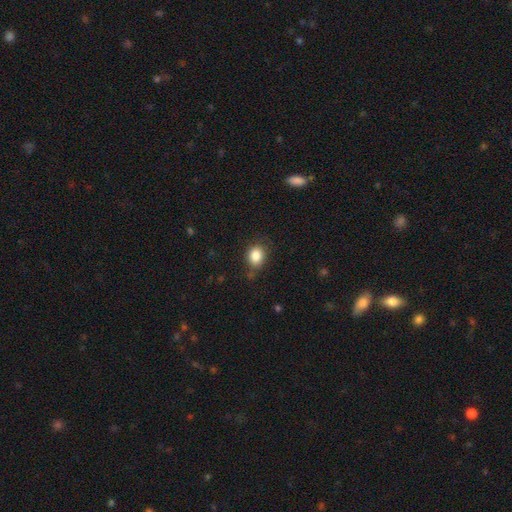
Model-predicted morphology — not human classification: smooth-or-featured: smooth: 85% | star or artifact: 10% | featured or disk: 5%
  how-rounded: round: 52% | in between: 47% | cigar-shaped: 1%
  merging: none: 75% | minor disturbance: 18% | major disturbance: 5% | merger: 3%